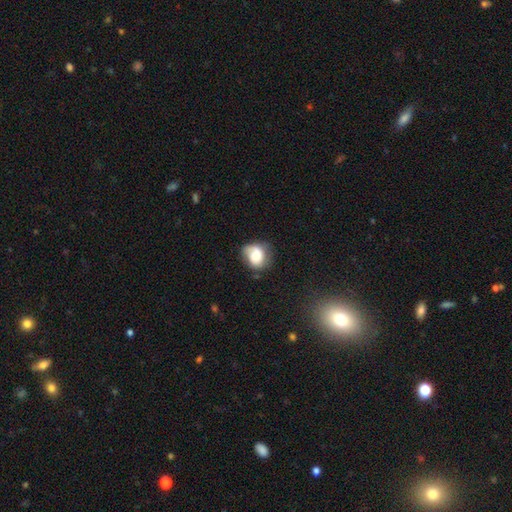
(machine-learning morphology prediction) Smooth or featured? smooth (59%)
How rounded? round (53%)
Merging? none (49%)